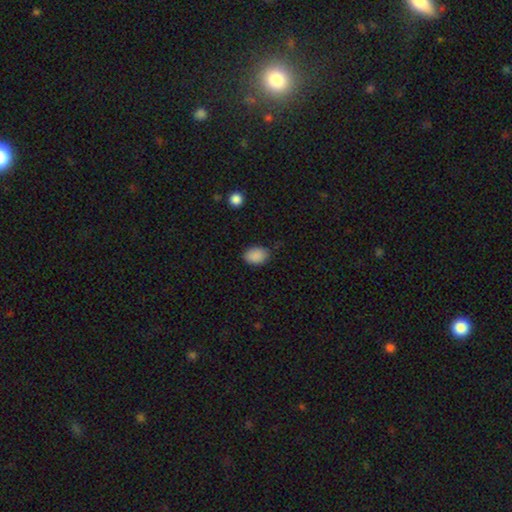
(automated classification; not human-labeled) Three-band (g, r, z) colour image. It shows a smooth galaxy with no disk features (89%) that is in between round and cigar-shaped (80%). Merging: none (79%).